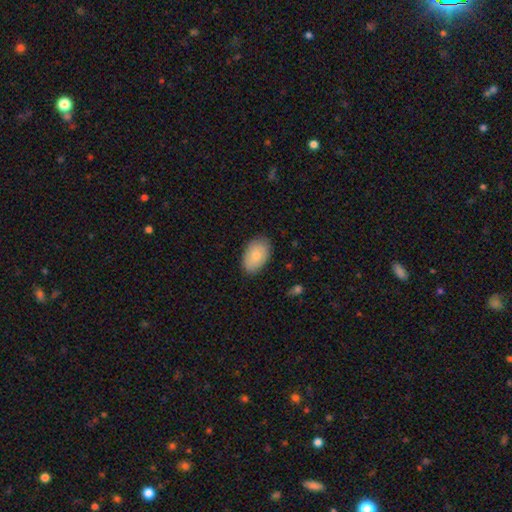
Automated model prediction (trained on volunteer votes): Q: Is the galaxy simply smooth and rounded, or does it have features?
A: smooth — 81%.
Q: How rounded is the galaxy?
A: in between — 91%.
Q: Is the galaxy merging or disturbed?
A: none — 83%.